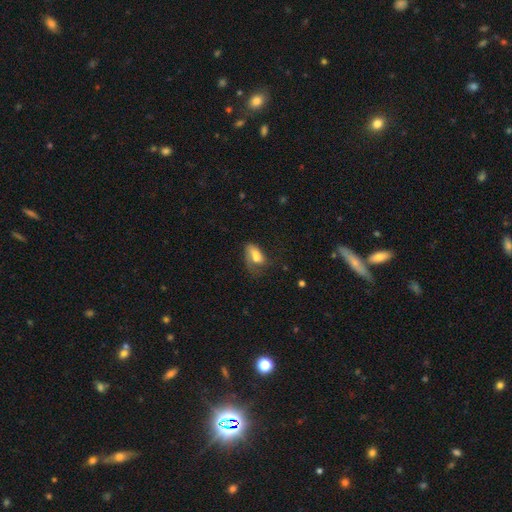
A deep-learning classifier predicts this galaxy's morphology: This appears to be a smooth galaxy with no disk features (63%) that is in between round and cigar-shaped (88%). Merging: major disturbance (32%).